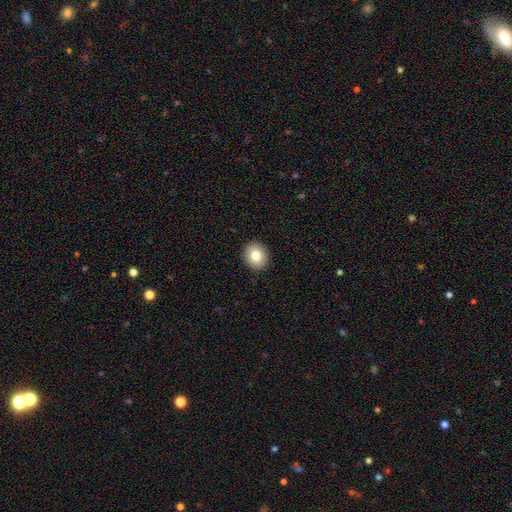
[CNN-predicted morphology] Q: Smooth or featured?
A: smooth (81%); runner-up: featured or disk (10%)
Q: How rounded?
A: round (67%); runner-up: in between (32%)
Q: Merging?
A: none (92%); runner-up: minor disturbance (6%)